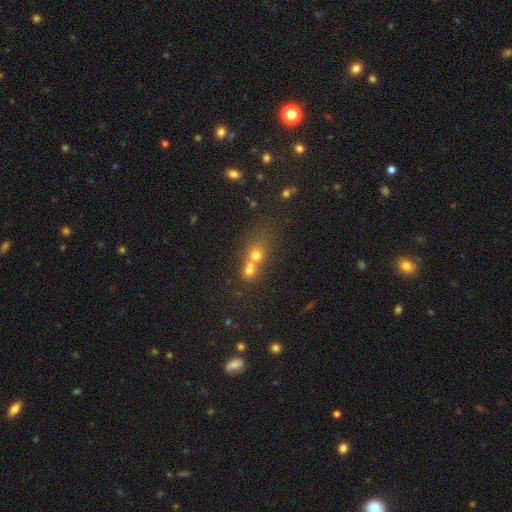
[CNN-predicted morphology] This is possibly a smooth galaxy (52%). How rounded: likely round (62%). Merging: possibly merger (56%).